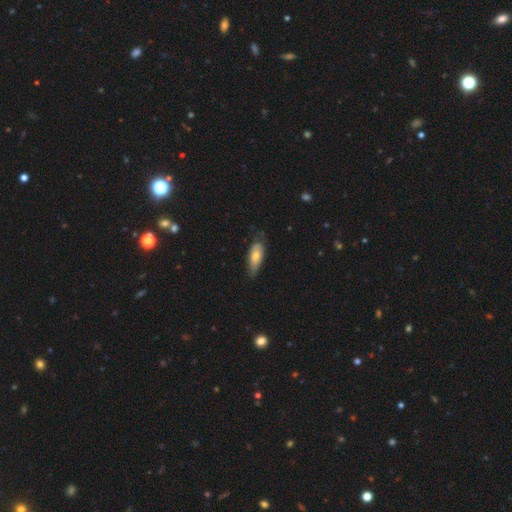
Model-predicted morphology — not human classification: This appears to be a smooth galaxy with no disk features (64%) that is in between round and cigar-shaped (77%). Merging: none (59%).